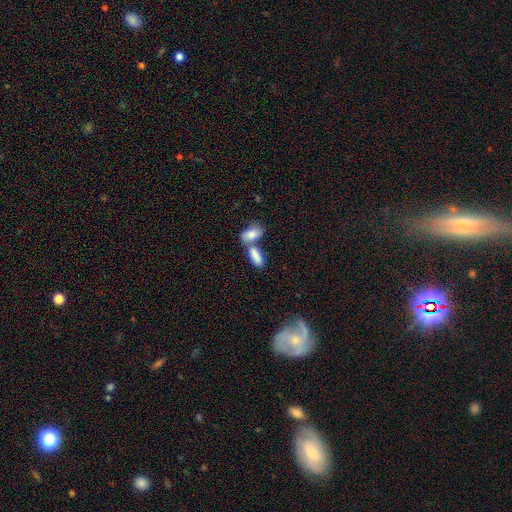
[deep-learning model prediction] The model was most divided on "merging": merger: 50%, none: 38%, minor disturbance: 9%, major disturbance: 4%. More confident: smooth or featured — smooth (85%); how rounded — in between (85%).